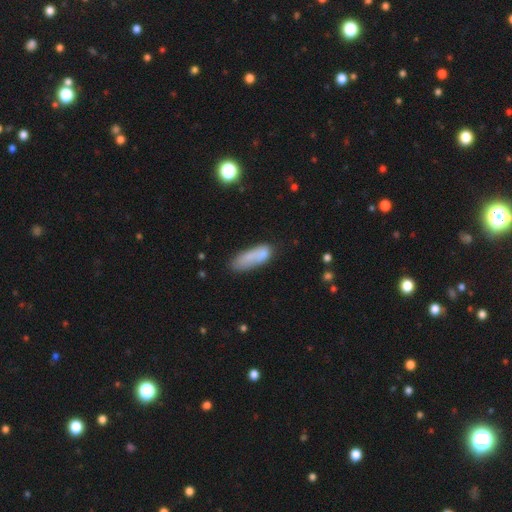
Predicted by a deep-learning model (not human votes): smooth-or-featured: smooth: 72% | featured or disk: 18% | star or artifact: 9%
  how-rounded: in between: 52% | cigar-shaped: 45% | round: 3%
  merging: none: 49% | minor disturbance: 24% | merger: 16% | major disturbance: 11%